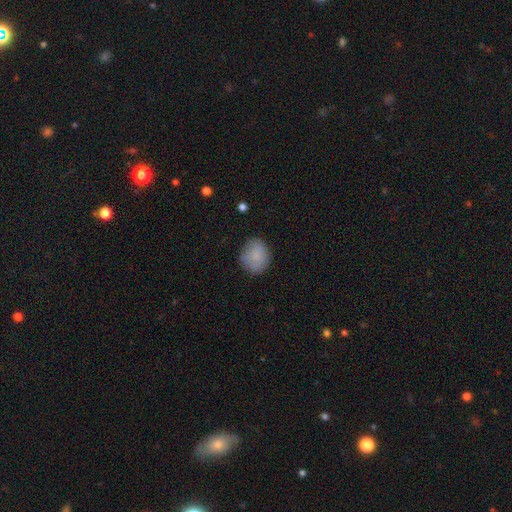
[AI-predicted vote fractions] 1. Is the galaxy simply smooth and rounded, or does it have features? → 83% smooth, 9% featured or disk, 7% star or artifact.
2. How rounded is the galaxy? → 63% round, 36% in between, 1% cigar-shaped.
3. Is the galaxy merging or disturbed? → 76% none, 18% minor disturbance, 5% major disturbance, 1% merger.